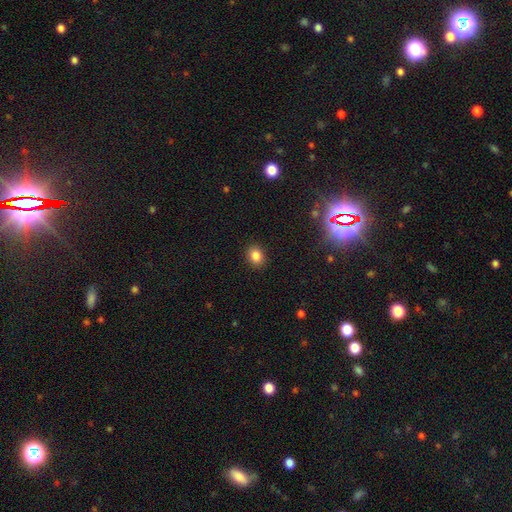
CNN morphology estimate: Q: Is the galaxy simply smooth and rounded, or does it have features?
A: smooth — 84%.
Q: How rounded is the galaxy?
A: round — 52%.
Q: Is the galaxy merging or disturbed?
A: none — 90%.